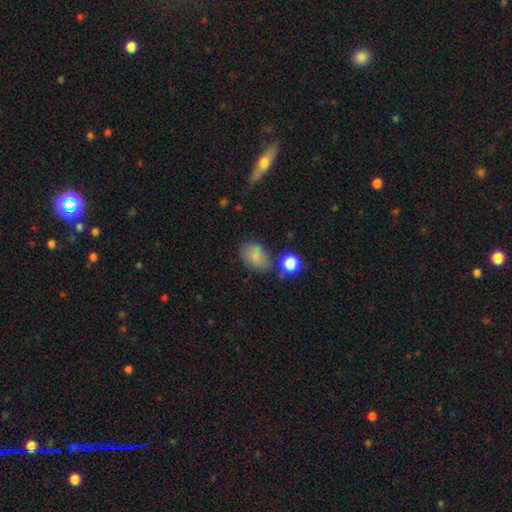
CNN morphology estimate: A smooth galaxy with no disk features (82%) that is in between round and cigar-shaped (77%).

Vote fractions:
- Smooth or featured? smooth: 82% / star or artifact: 10% / featured or disk: 8%
- How rounded? in between: 77% / round: 22% / cigar-shaped: 1%
- Merging? none: 62% / minor disturbance: 22% / merger: 8% / major disturbance: 7%